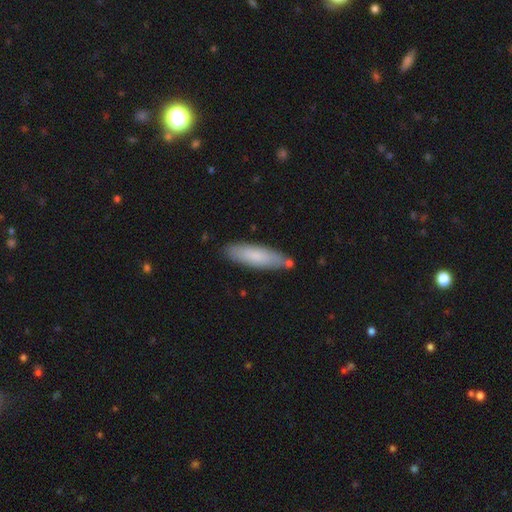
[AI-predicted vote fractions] Smooth or featured? smooth (77%)
How rounded? cigar-shaped (62%)
Merging? none (81%)